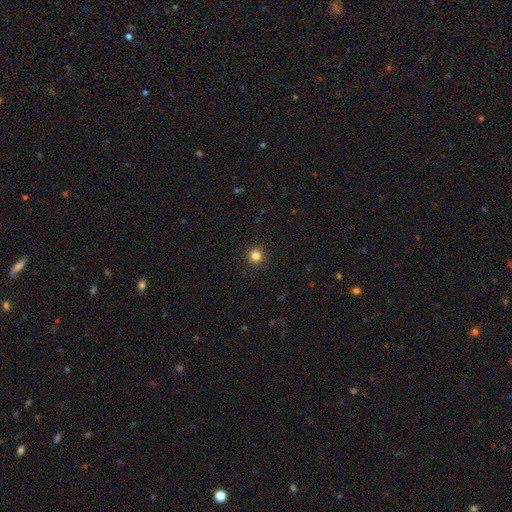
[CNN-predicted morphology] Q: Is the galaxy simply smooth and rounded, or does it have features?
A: smooth — 83%.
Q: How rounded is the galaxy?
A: round — 95%.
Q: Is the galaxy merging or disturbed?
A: none — 92%.